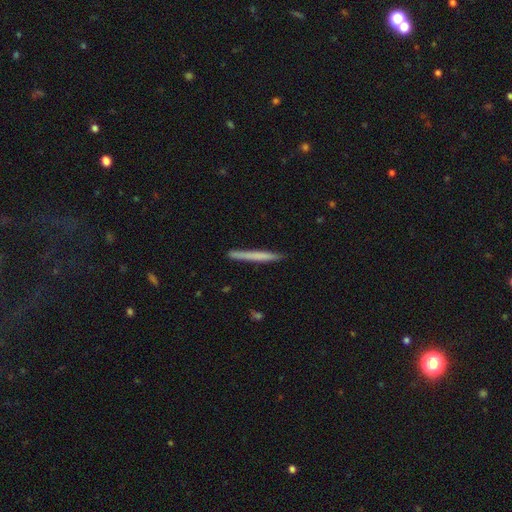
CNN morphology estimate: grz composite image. It shows a smooth galaxy with no disk features (62%) that is cigar-shaped (97%). Merging: none (91%).